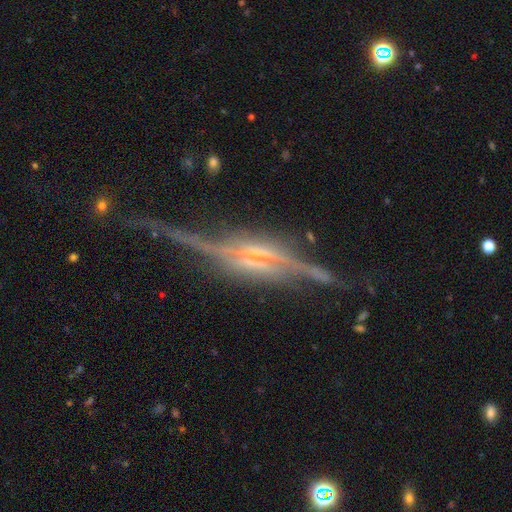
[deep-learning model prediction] Overall: featured or disk (87%). Edge-on disk: yes (89%). Edge-on bulge: rounded (52%; boxy 38%). Merging: none (63%).